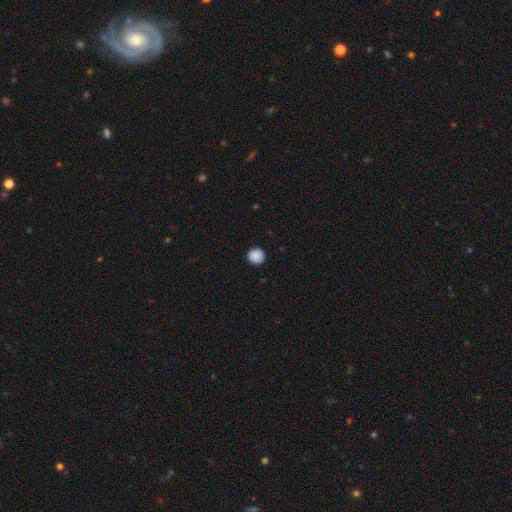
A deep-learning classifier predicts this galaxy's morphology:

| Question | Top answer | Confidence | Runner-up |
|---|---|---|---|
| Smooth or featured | smooth | 89% | star or artifact (9%) |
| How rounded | round | 93% | in between (6%) |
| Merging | none | 91% | minor disturbance (6%) |